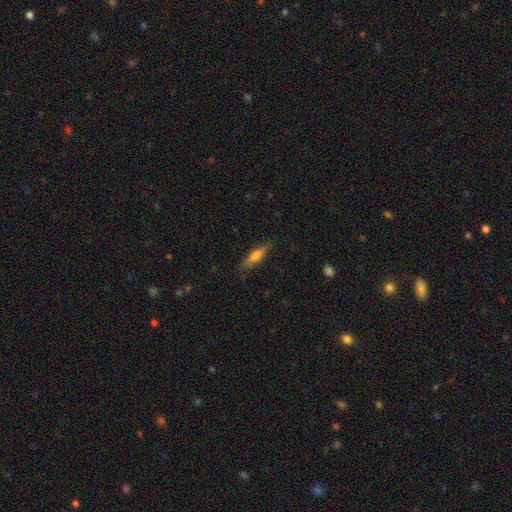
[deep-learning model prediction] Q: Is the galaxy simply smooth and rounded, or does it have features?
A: smooth — 63%.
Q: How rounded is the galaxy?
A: cigar-shaped — 67%.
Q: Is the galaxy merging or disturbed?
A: none — 82%.